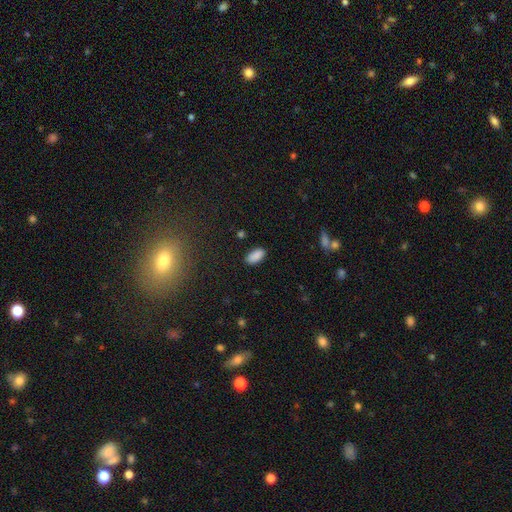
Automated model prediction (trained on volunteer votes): Smooth or featured? smooth (89%)
How rounded? in between (93%)
Merging? none (87%)